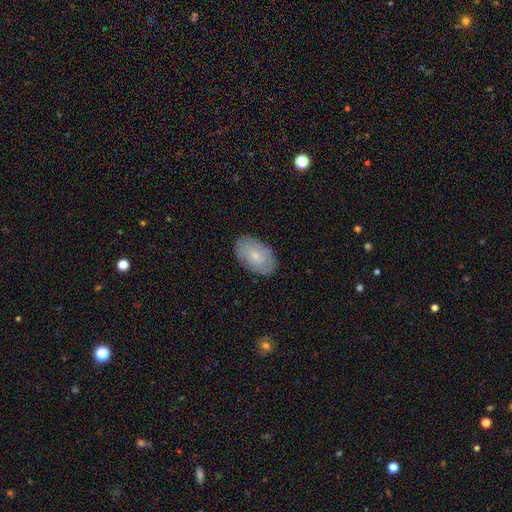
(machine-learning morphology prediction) Overall: smooth (63%; featured or disk 31%). How rounded: in between (92%). Merging: none (83%).